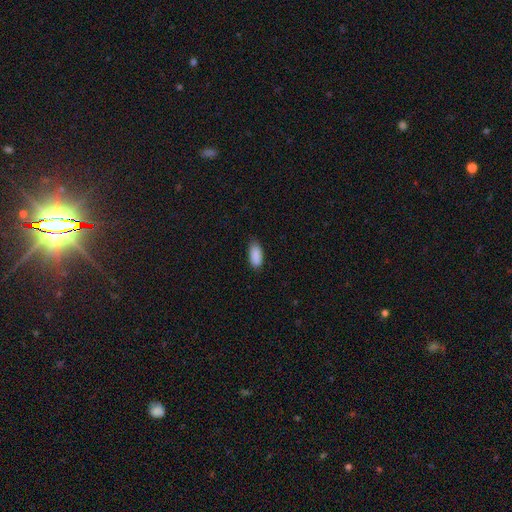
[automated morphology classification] A smooth galaxy with no disk features (90%) that is in between round and cigar-shaped (88%).

Vote fractions:
- Smooth or featured? smooth: 90% / star or artifact: 6% / featured or disk: 3%
- How rounded? in between: 88% / cigar-shaped: 10% / round: 2%
- Merging? none: 80% / minor disturbance: 16% / major disturbance: 3% / merger: 1%